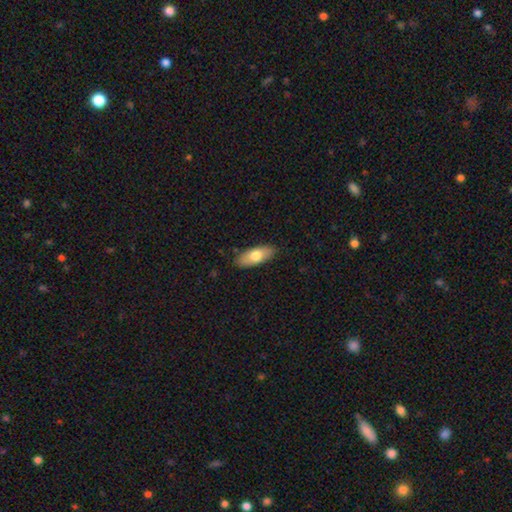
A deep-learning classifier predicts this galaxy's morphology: smooth 72%, featured or disk 22%, star or artifact 6%. Down the decision tree: how rounded — in between (83%); merging — none (86%).